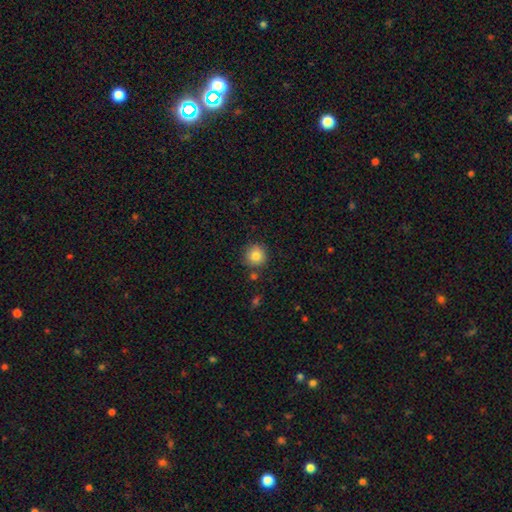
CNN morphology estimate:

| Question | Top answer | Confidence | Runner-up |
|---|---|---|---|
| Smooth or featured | smooth | 83% | star or artifact (10%) |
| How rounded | round | 94% | in between (5%) |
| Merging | none | 84% | minor disturbance (9%) |